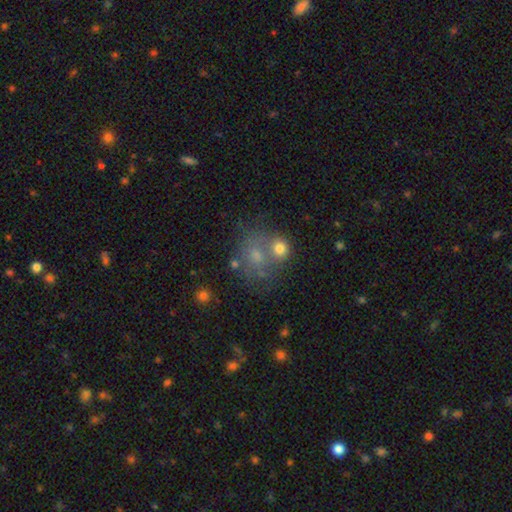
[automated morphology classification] smooth-or-featured: smooth: 54% | featured or disk: 28% | star or artifact: 18%
  how-rounded: round: 67% | in between: 32% | cigar-shaped: 1%
  merging: none: 41% | merger: 33% | minor disturbance: 15% | major disturbance: 11%